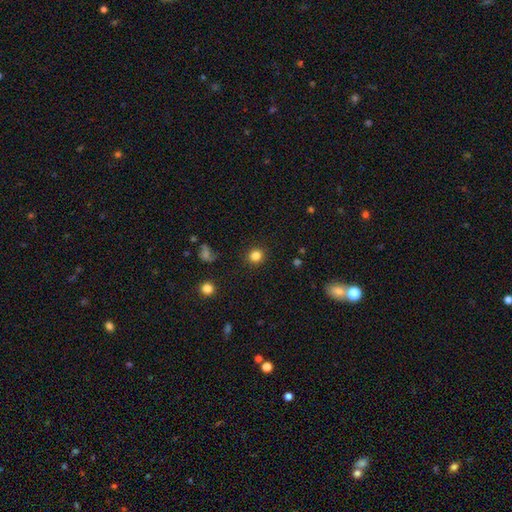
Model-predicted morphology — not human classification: This appears to be a smooth galaxy with no disk features (84%) that is round (88%). Merging: none (90%).